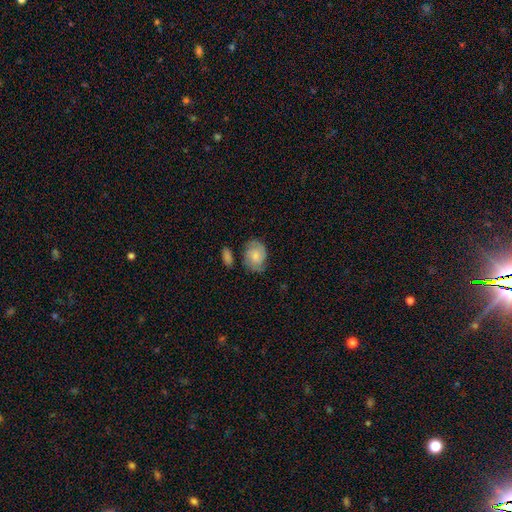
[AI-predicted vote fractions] Smooth or featured? featured or disk (51%)
Edge-on disk? no (97%)
Merging? none (64%)